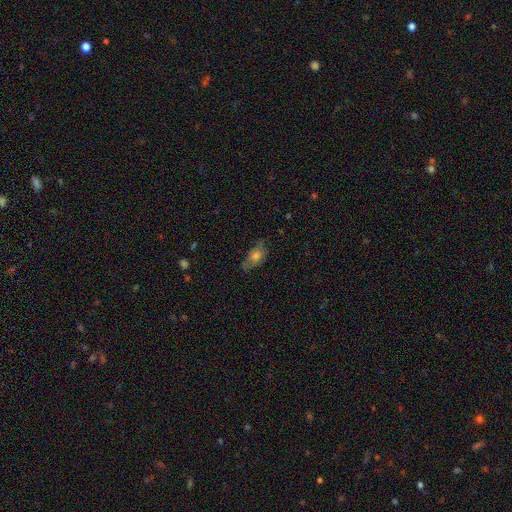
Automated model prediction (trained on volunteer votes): Q: Smooth or featured?
A: smooth (61%); runner-up: featured or disk (28%)
Q: How rounded?
A: in between (81%); runner-up: cigar-shaped (11%)
Q: Merging?
A: none (68%); runner-up: minor disturbance (23%)